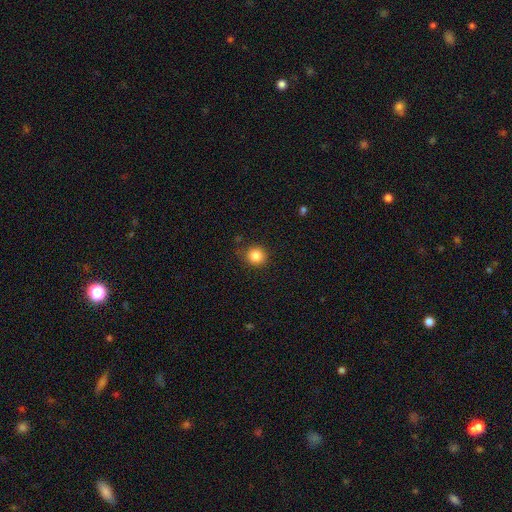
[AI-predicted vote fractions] Q: Smooth or featured?
A: smooth (85%); runner-up: star or artifact (11%)
Q: How rounded?
A: round (89%); runner-up: in between (10%)
Q: Merging?
A: none (84%); runner-up: minor disturbance (11%)